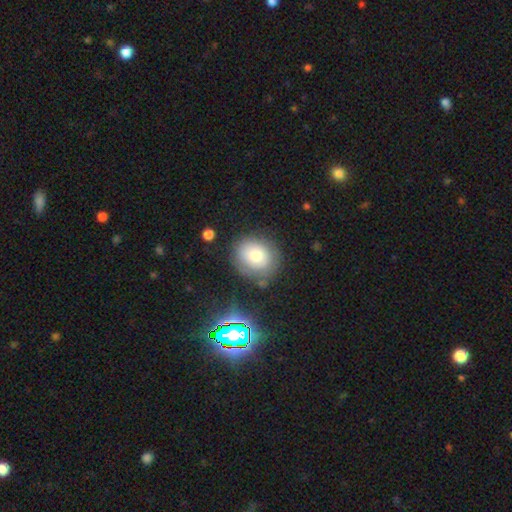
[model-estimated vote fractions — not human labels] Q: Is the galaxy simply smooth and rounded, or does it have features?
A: smooth — 71%.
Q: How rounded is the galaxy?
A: round — 73%.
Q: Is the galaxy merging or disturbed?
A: none — 75%.